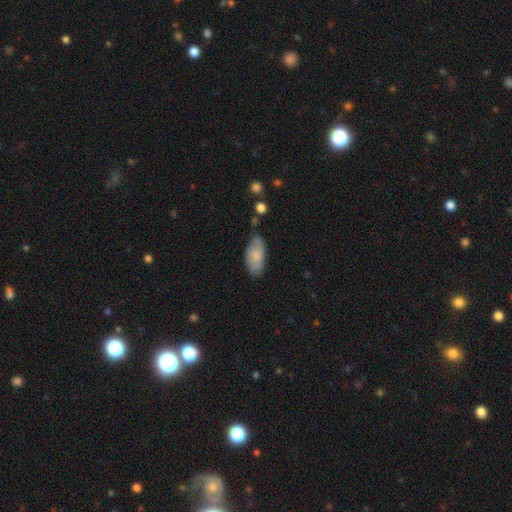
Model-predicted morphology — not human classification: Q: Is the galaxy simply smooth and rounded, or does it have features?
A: smooth — 77%.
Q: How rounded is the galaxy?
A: in between — 89%.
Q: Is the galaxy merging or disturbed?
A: none — 68%.